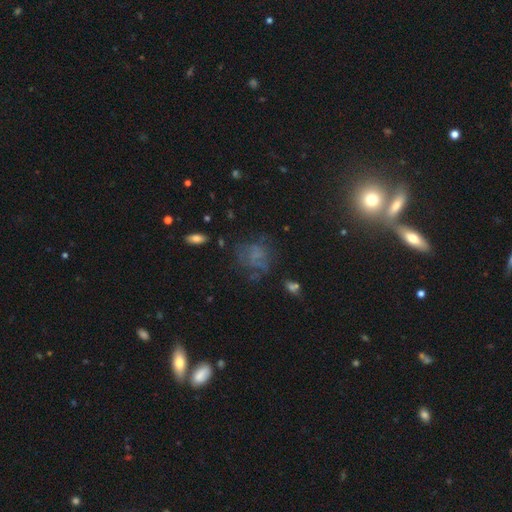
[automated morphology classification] The model was most divided on "smooth or featured": smooth: 42%, featured or disk: 33%, star or artifact: 25%. Remaining: merging — none (50%).